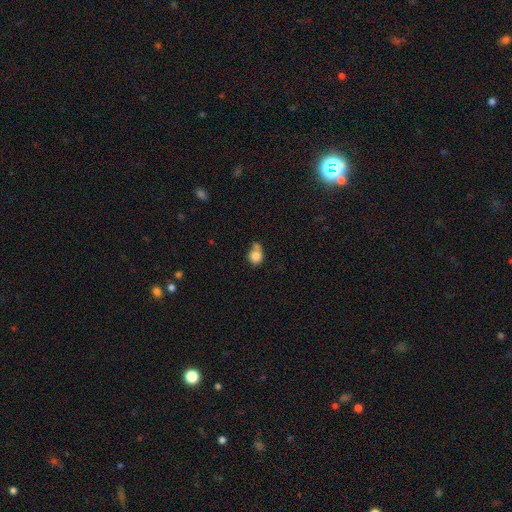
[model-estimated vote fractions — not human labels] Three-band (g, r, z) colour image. It shows a smooth galaxy with no disk features (82%) that is round (68%). Merging: none (35%).